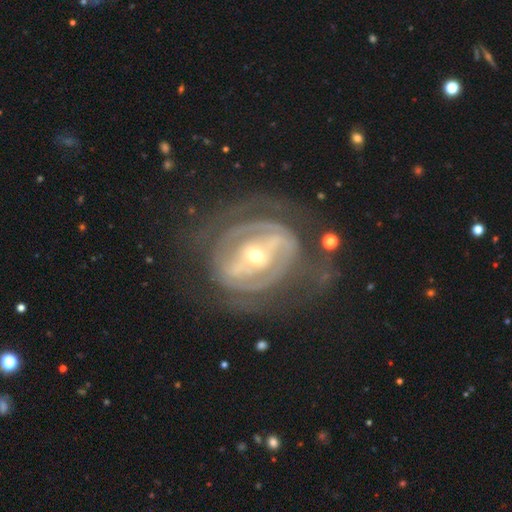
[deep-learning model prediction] A featured or disk galaxy (86%) with a strong bar (56%), 2 (39%) tight (62%) spiral arms (76%) and a small central bulge (56%).

Vote fractions:
- Smooth or featured? featured or disk: 86% / smooth: 9% / star or artifact: 6%
- Edge-on disk? no: 94% / yes: 6%
- Bar? strong: 56% / weak: 28% / no: 16%
- Spiral arms? yes: 76% / no: 24%
- Spiral winding? tight: 62% / medium: 28% / loose: 11%
- Spiral arm count? 2: 39% / can't tell: 36% / 3: 10% / 4: 5% / 1: 5% / more than 4: 4%
- Bulge size? small: 56% / moderate: 39% / large: 3% / dominant: 1% / none: 1%
- Merging? none: 64% / major disturbance: 18% / minor disturbance: 16% / merger: 2%